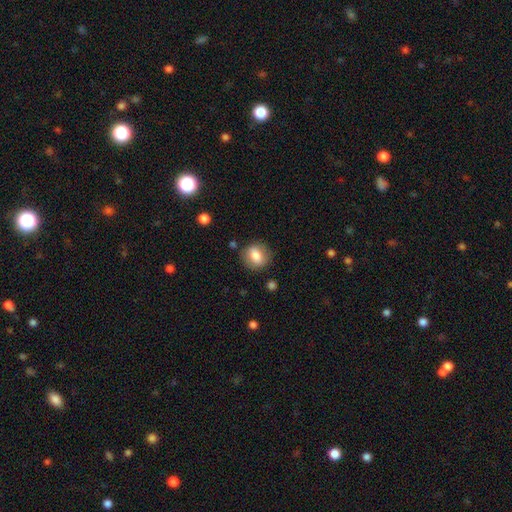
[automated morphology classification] smooth 76%, featured or disk 16%, star or artifact 8%. Down the decision tree: how rounded — round (57%); merging — none (82%).